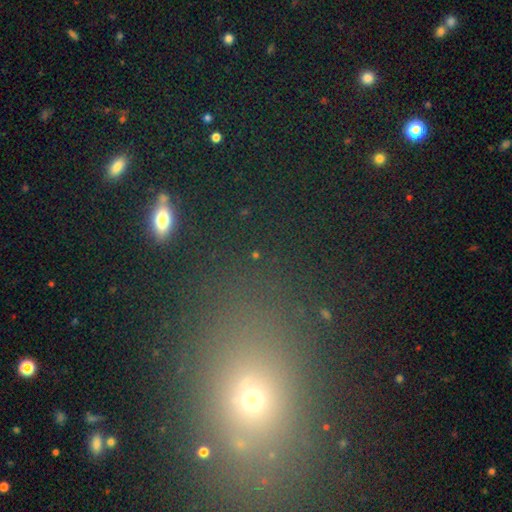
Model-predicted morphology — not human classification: smooth 48%, star or artifact 40%, featured or disk 12%. Down the decision tree: merging — none (80%).